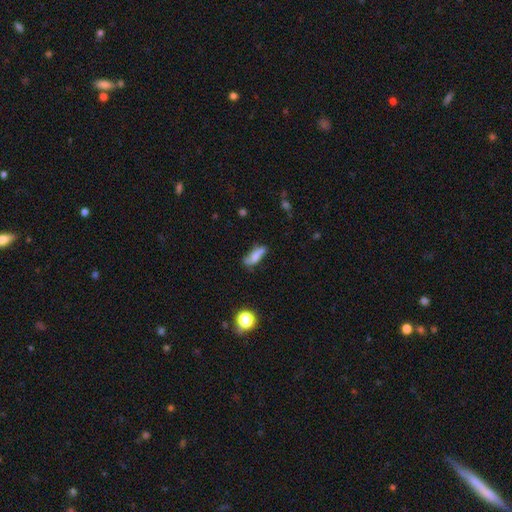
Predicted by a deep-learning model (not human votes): Overall: smooth (62%; featured or disk 28%). How rounded: in between (55%; cigar-shaped 41%). Merging: none (54%; minor disturbance 28%).